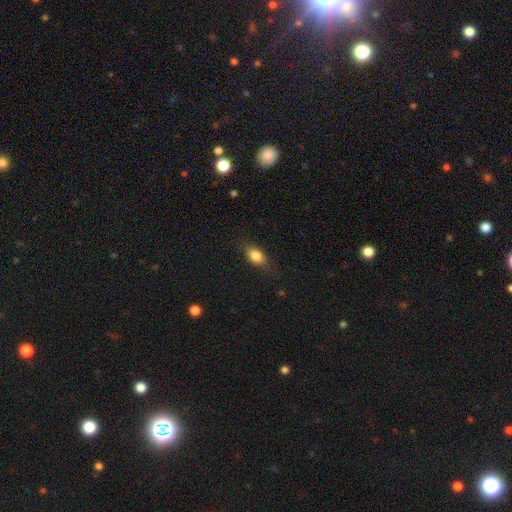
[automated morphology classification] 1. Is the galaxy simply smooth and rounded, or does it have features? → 82% smooth, 10% featured or disk, 8% star or artifact.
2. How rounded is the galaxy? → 81% in between, 12% round, 6% cigar-shaped.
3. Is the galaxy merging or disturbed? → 78% none, 16% minor disturbance, 5% major disturbance, 1% merger.